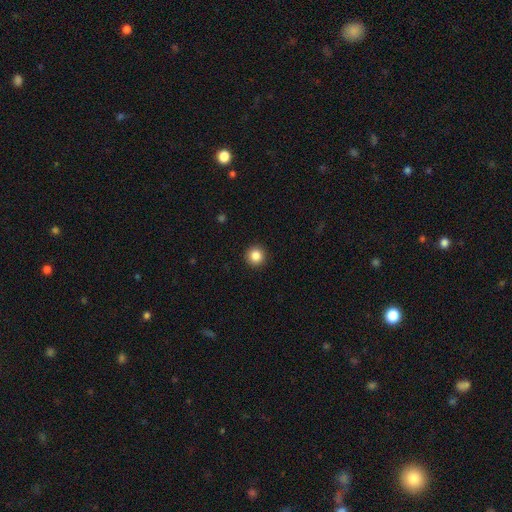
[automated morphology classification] A smooth galaxy with no disk features (85%) that is round (96%). Merging: none (93%).